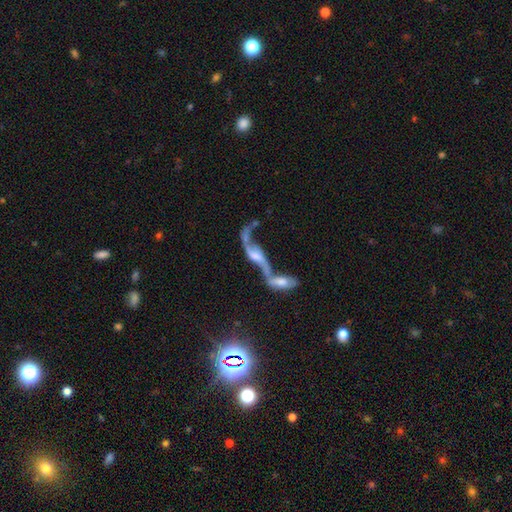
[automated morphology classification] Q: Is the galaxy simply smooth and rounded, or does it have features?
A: featured or disk — 78%.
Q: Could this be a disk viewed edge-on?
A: no — 82%.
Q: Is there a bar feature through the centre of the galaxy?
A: no — 47%.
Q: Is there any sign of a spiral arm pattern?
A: yes — 85%.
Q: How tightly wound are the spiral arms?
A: loose — 89%.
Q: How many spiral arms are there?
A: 2 — 82%.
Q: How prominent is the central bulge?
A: moderate — 37%.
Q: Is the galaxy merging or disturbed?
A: merger — 67%.